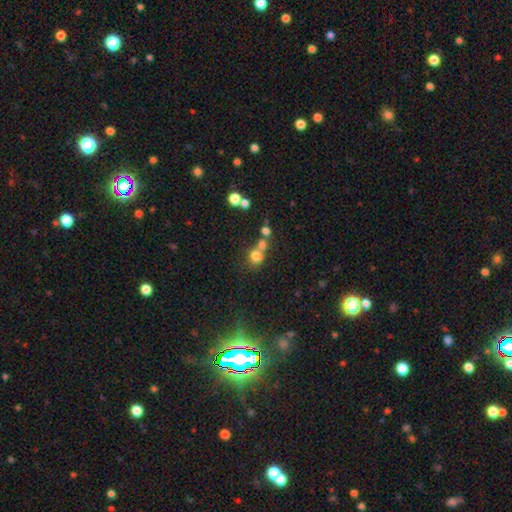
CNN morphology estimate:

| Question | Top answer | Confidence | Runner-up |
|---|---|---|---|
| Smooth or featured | smooth | 71% | star or artifact (16%) |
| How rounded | round | 78% | in between (21%) |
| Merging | merger | 47% | none (40%) |